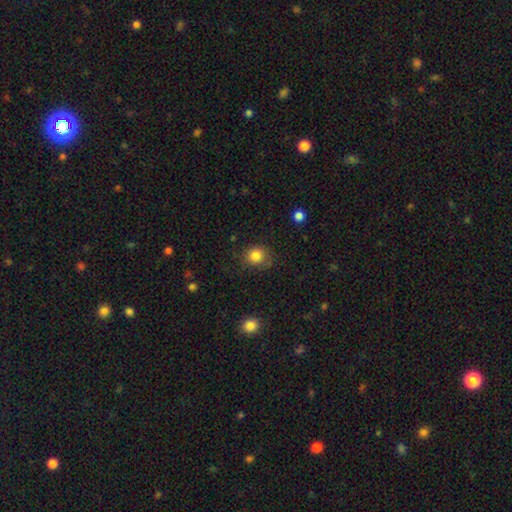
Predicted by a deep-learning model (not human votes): Morphology: type=smooth (83%); roundness=round (80%); merging=none (75%).